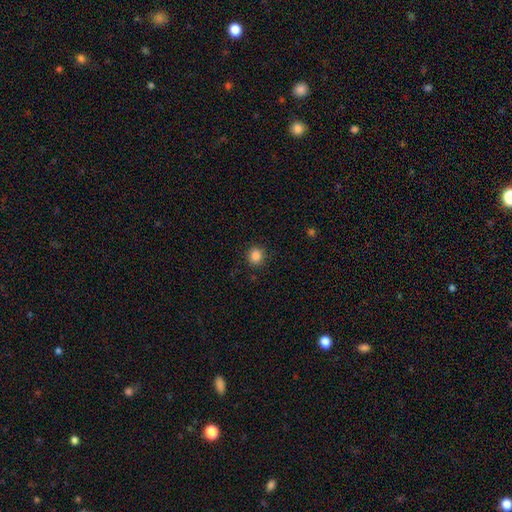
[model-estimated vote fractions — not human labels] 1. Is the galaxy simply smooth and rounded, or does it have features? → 86% smooth, 11% star or artifact, 3% featured or disk.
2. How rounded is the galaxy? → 89% round, 10% in between, 1% cigar-shaped.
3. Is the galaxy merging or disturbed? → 90% none, 7% minor disturbance, 2% major disturbance, 1% merger.